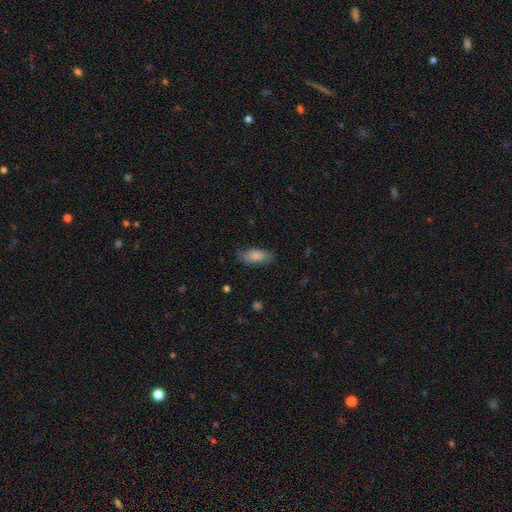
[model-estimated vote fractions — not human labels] Morphology: type=smooth (80%); roundness=in between (87%); merging=none (74%).